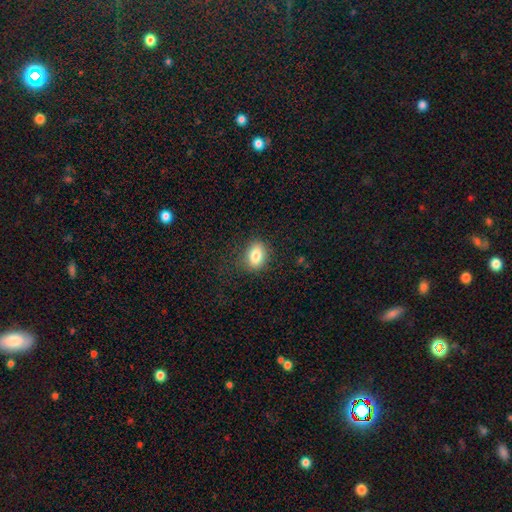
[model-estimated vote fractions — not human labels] smooth 82%, star or artifact 10%, featured or disk 8%. Down the decision tree: how rounded — in between (66%); merging — none (80%).